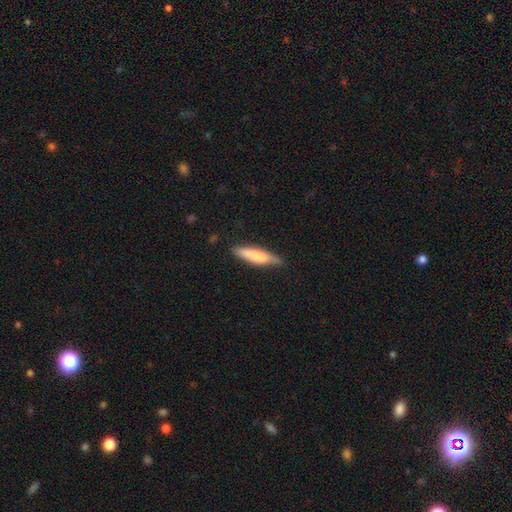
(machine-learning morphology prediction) Q: Smooth or featured?
A: smooth (76%); runner-up: featured or disk (19%)
Q: How rounded?
A: cigar-shaped (75%); runner-up: in between (23%)
Q: Merging?
A: none (78%); runner-up: minor disturbance (18%)